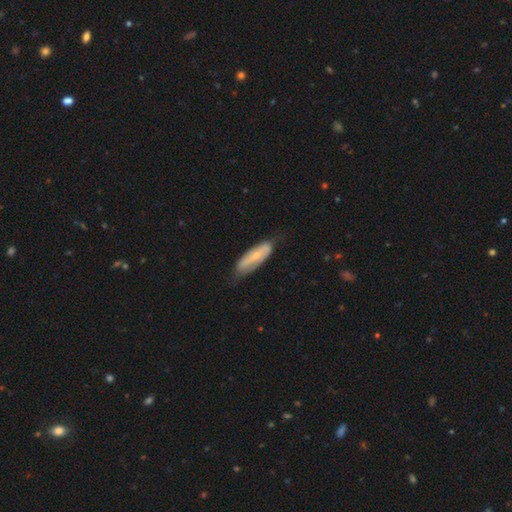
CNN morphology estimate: Q: Smooth or featured?
A: featured or disk (54%); runner-up: smooth (40%)
Q: Edge-on disk?
A: no (76%); runner-up: yes (24%)
Q: Merging?
A: none (66%); runner-up: minor disturbance (25%)